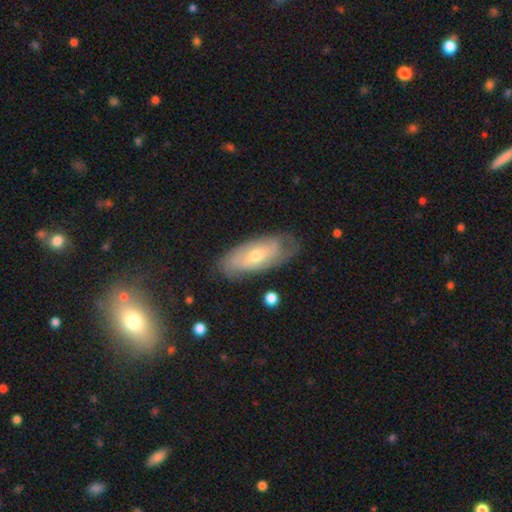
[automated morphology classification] smooth-or-featured: featured or disk: 57% | smooth: 37% | star or artifact: 7%
  disk-edge-on: no: 82% | yes: 18%
  merging: none: 71% | minor disturbance: 21% | major disturbance: 6% | merger: 2%